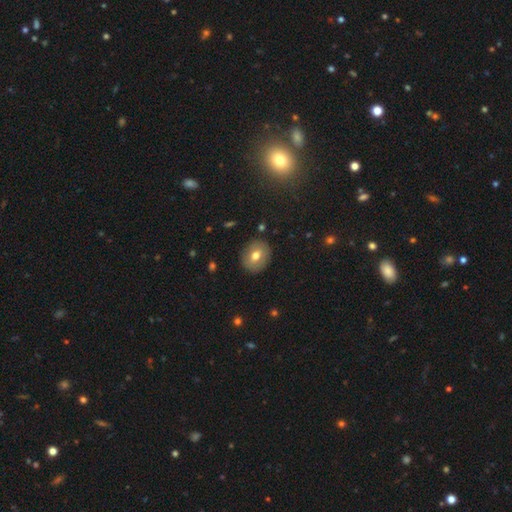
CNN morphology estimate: A smooth galaxy with no disk features (66%) that is round (68%). Merging: none (88%).